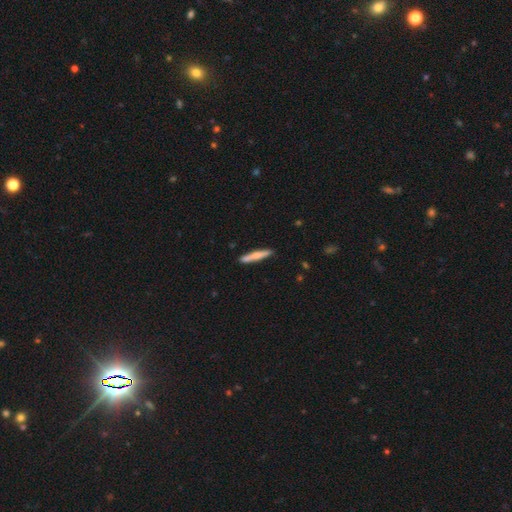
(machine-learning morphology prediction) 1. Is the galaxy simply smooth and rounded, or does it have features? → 61% smooth, 34% featured or disk, 5% star or artifact.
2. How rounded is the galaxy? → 94% cigar-shaped, 5% in between, 1% round.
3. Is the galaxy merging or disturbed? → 89% none, 8% minor disturbance, 2% merger, 1% major disturbance.